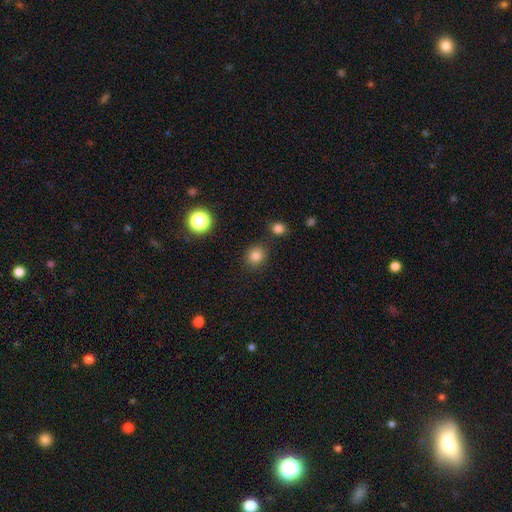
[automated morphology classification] This appears to be a smooth galaxy with no disk features (82%) that is round (82%). Merging: none (86%).